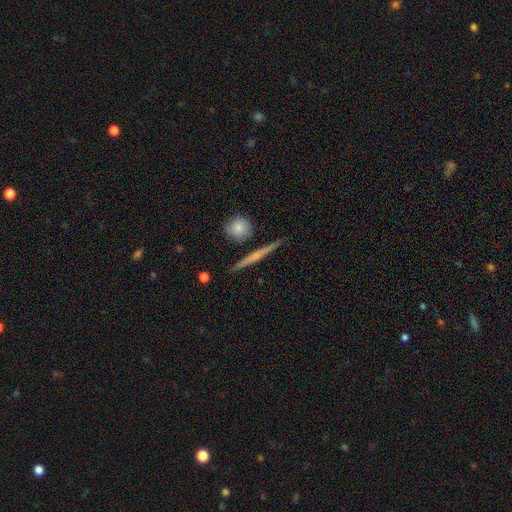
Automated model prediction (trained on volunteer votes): Smooth or featured?
  - featured or disk: 62% *
  - smooth: 32%
  - star or artifact: 6%
Edge-on disk?
  - yes: 96% *
  - no: 4%
Edge-on bulge?
  - none: 50% *
  - rounded: 40%
  - boxy: 10%
Merging?
  - none: 86% *
  - minor disturbance: 8%
  - merger: 4%
  - major disturbance: 2%